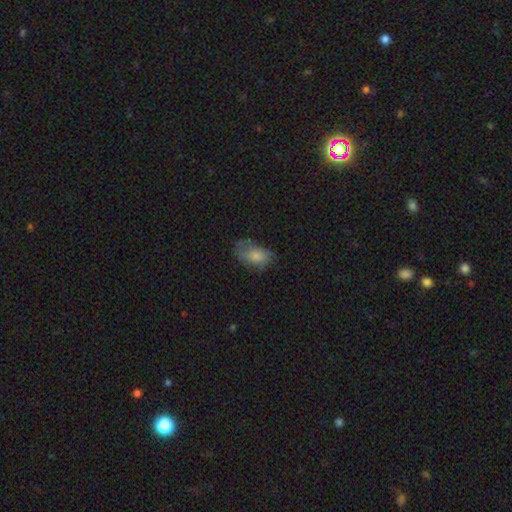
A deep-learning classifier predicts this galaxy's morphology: This appears to be a smooth galaxy with no disk features (66%) that is in between round and cigar-shaped (87%). Merging: none (49%).